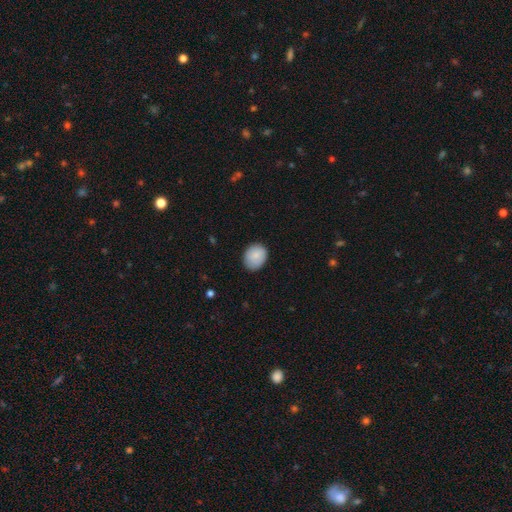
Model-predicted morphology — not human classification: This is clearly a smooth galaxy (85%). How rounded: possibly round (51%). Merging: clearly none (80%).